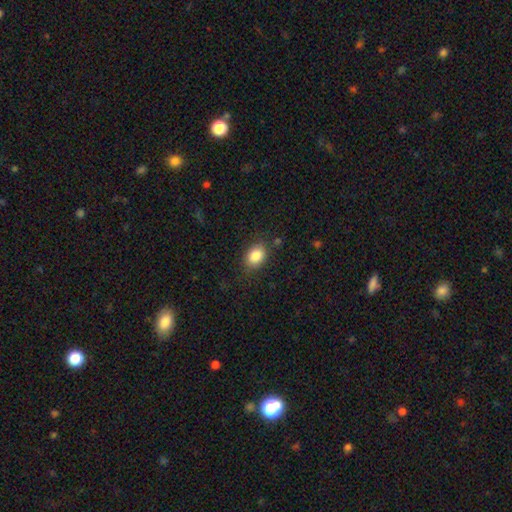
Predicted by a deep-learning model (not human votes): Overall: smooth (84%). How rounded: in between (73%). Merging: none (82%).